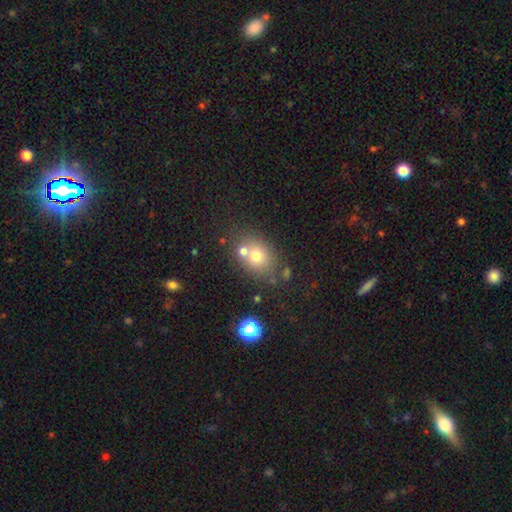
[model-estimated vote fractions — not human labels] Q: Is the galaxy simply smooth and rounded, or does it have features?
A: smooth — 69%.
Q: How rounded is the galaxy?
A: round — 55%.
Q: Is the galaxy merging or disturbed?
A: none — 56%.